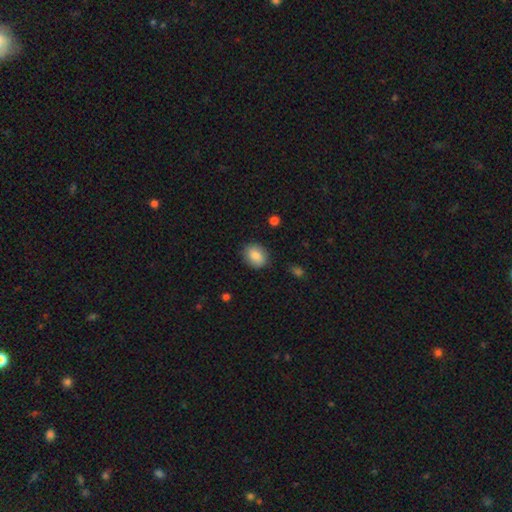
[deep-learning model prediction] A smooth galaxy with no disk features (83%) that is in between round and cigar-shaped (55%).

Vote fractions:
- Smooth or featured? smooth: 83% / featured or disk: 9% / star or artifact: 8%
- How rounded? in between: 55% / round: 44% / cigar-shaped: 1%
- Merging? none: 84% / minor disturbance: 12% / major disturbance: 3% / merger: 1%